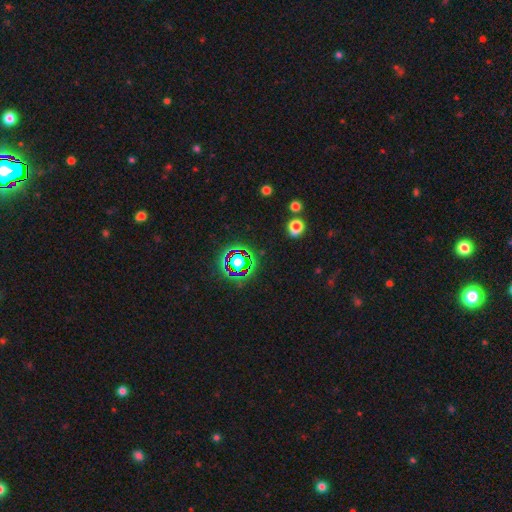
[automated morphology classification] Smooth or featured? star or artifact (77%)